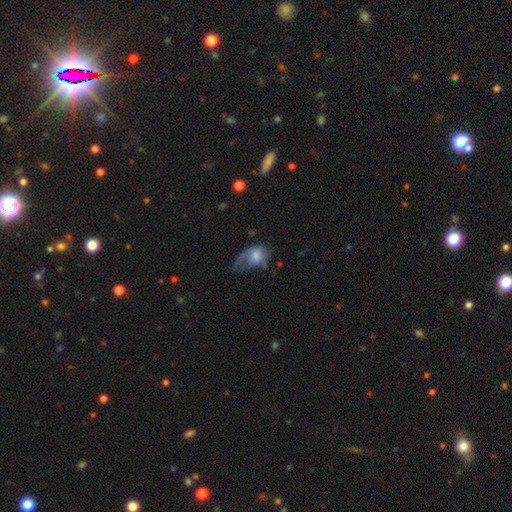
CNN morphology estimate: smooth_or_featured: smooth (p=0.62) [alt: featured or disk p=0.30]
how_rounded: in between (p=0.77) [alt: round p=0.21]
merging: major disturbance (p=0.50) [alt: minor disturbance p=0.28]